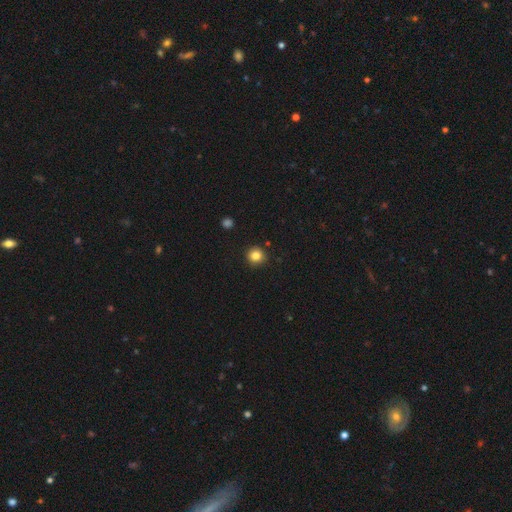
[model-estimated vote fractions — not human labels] Overall: smooth (84%). How rounded: round (94%). Merging: none (91%).